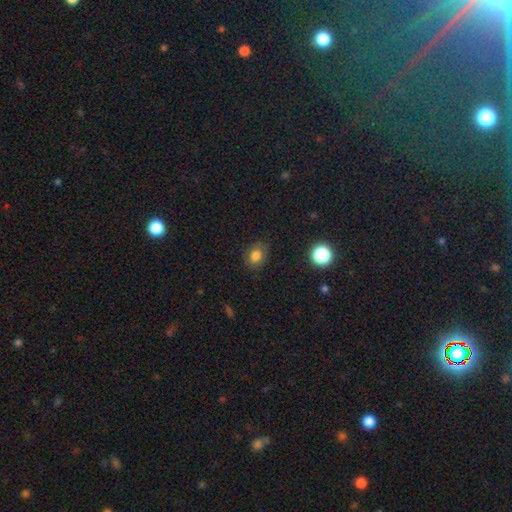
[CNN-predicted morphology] Q: Smooth or featured?
A: smooth (75%); runner-up: star or artifact (13%)
Q: How rounded?
A: round (50%); runner-up: in between (49%)
Q: Merging?
A: none (79%); runner-up: minor disturbance (15%)